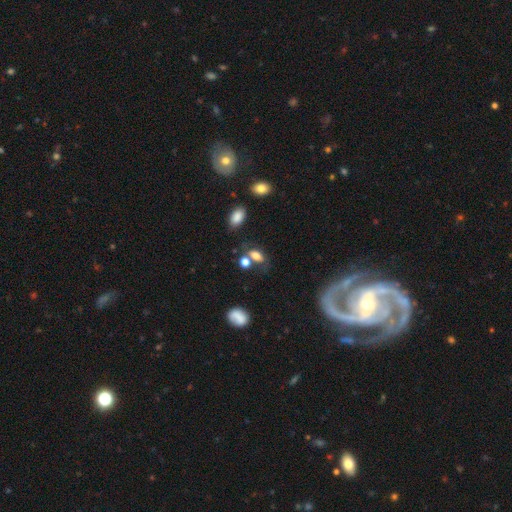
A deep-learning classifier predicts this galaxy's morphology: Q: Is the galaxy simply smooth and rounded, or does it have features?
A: smooth — 72%.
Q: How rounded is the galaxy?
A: in between — 79%.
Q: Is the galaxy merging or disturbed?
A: none — 50%.